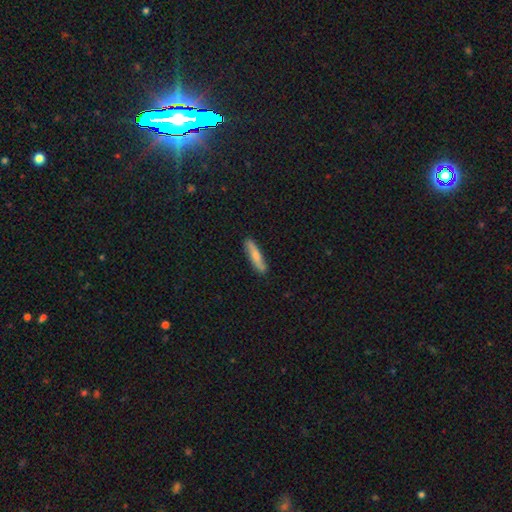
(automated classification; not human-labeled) Smooth or featured? smooth (68%)
How rounded? cigar-shaped (82%)
Merging? none (86%)